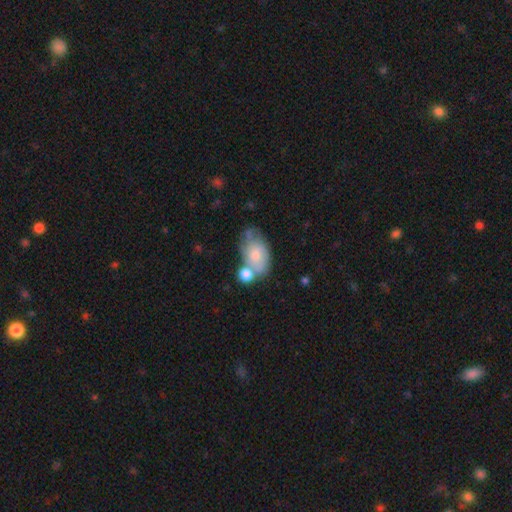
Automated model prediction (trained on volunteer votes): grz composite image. It shows a smooth galaxy with no disk features (58%) that is in between round and cigar-shaped (86%). Merging: none (35%).